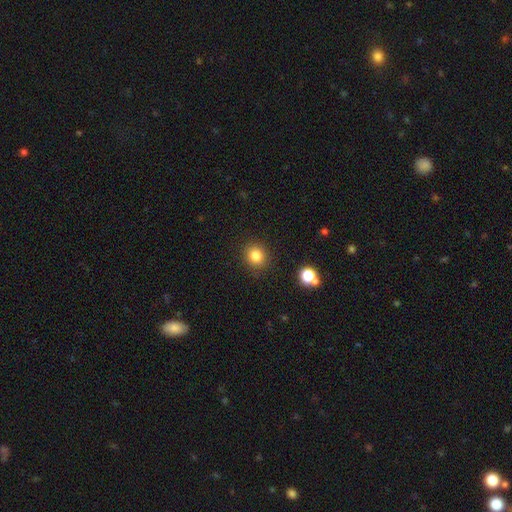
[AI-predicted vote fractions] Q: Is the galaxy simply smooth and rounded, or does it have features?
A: smooth — 82%.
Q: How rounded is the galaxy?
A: round — 85%.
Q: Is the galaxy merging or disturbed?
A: none — 89%.